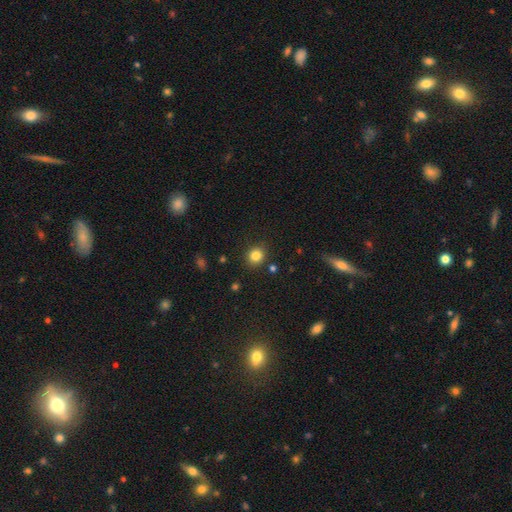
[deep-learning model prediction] smooth-or-featured: smooth: 83% | star or artifact: 12% | featured or disk: 5%
  how-rounded: round: 78% | in between: 21% | cigar-shaped: 1%
  merging: none: 86% | minor disturbance: 8% | major disturbance: 3% | merger: 2%